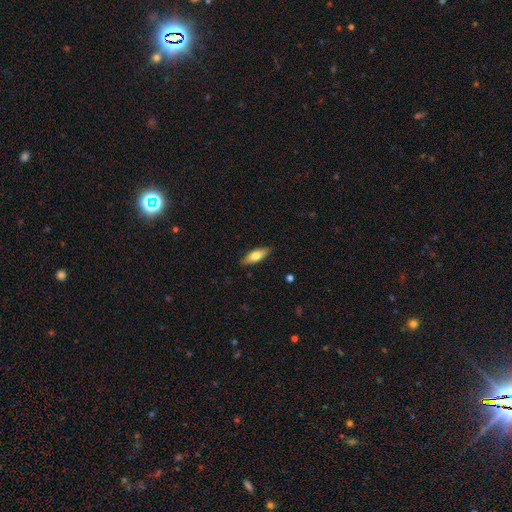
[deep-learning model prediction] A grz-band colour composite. It shows a smooth galaxy with no disk features (70%) that is in between round and cigar-shaped (65%). Merging: none (87%).